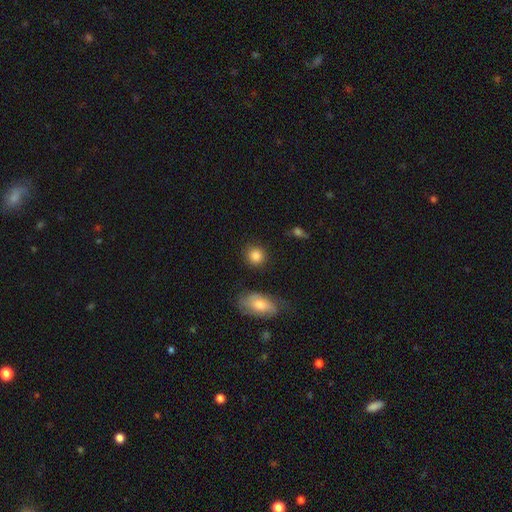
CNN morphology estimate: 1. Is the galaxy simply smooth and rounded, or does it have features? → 85% smooth, 9% star or artifact, 6% featured or disk.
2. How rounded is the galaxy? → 84% round, 15% in between, 1% cigar-shaped.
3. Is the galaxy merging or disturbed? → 85% none, 9% minor disturbance, 3% major disturbance, 3% merger.